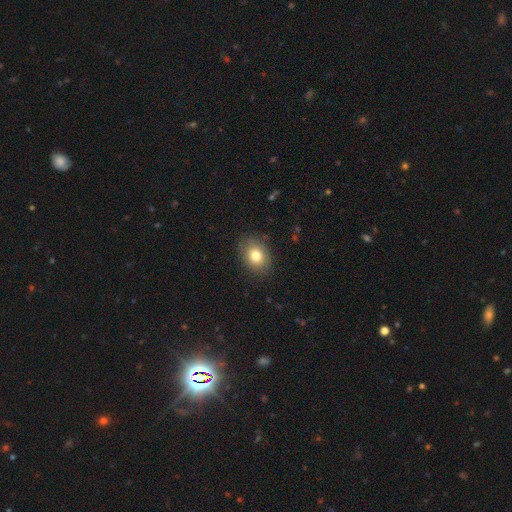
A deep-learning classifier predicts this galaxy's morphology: Q: Smooth or featured?
A: smooth (80%); runner-up: featured or disk (10%)
Q: How rounded?
A: in between (60%); runner-up: round (39%)
Q: Merging?
A: none (84%); runner-up: minor disturbance (12%)